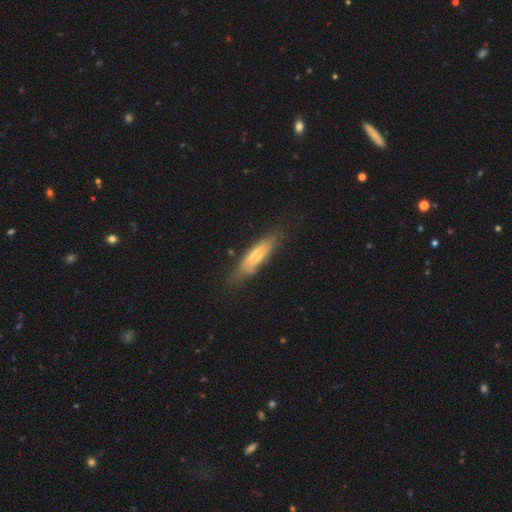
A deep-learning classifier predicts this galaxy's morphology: This is possibly a smooth galaxy (49%). Merging: likely none (71%).